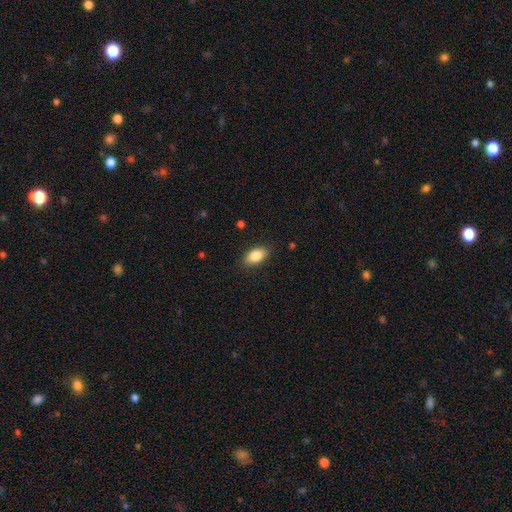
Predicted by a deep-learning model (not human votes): This appears to be a smooth galaxy with no disk features (84%) that is in between round and cigar-shaped (90%). Merging: none (86%).